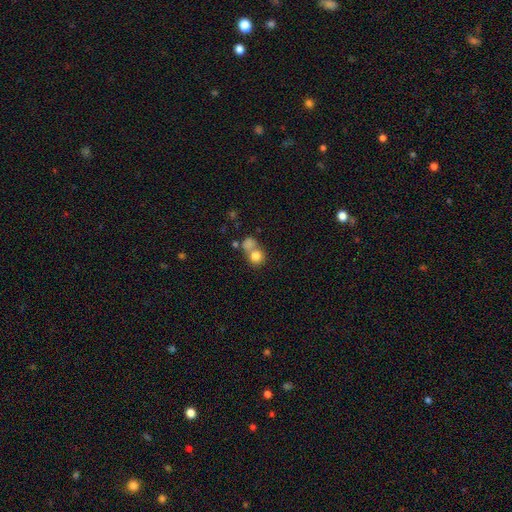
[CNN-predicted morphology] Smooth or featured? Predicted: smooth (p=0.79). How rounded? Predicted: round (p=0.84). Merging? Predicted: merger (p=0.47).